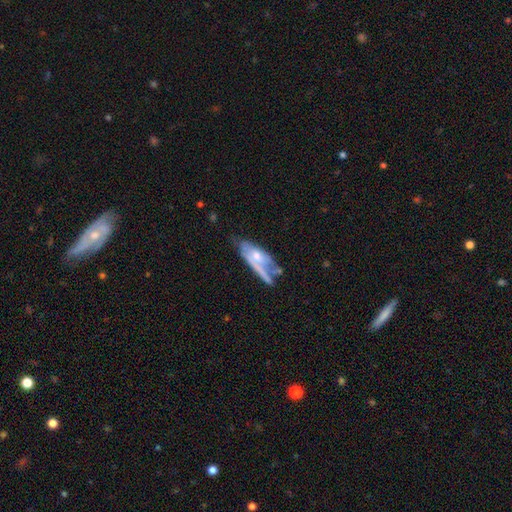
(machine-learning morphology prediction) Overall: featured or disk (57%; smooth 35%). Edge-on disk: no (72%). Merging: none (31%; major disturbance 26%).